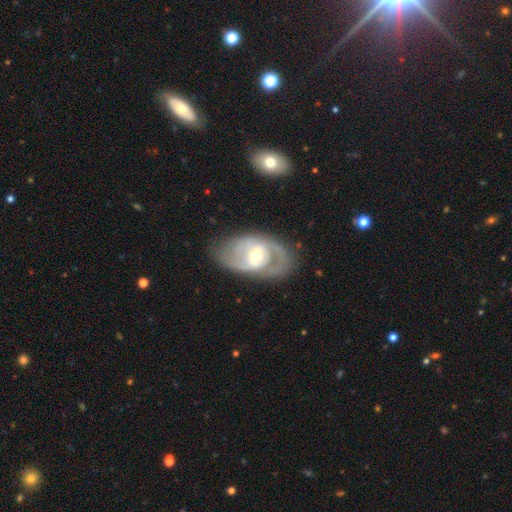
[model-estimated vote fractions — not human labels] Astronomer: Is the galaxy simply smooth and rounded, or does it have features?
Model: featured or disk — 82%.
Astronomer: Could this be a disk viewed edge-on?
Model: no — 95%.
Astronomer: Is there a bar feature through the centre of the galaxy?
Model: weak — 44% (runner-up: no, 37%).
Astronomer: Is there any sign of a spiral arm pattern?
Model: yes — 85%.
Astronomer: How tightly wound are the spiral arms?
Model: tight — 43% (runner-up: medium, 42%).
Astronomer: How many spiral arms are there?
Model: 2 — 68%.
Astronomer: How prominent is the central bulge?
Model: moderate — 64%.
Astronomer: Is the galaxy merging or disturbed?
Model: none — 72%.